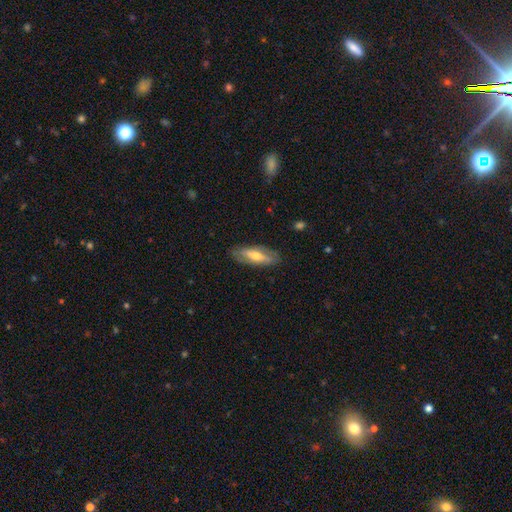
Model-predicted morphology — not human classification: A featured or disk galaxy (50%) viewed edge-on (56%).

Vote fractions:
- Smooth or featured? featured or disk: 50% / smooth: 43% / star or artifact: 6%
- Edge-on disk? yes: 56% / no: 44%
- Merging? none: 82% / minor disturbance: 13% / major disturbance: 3% / merger: 1%